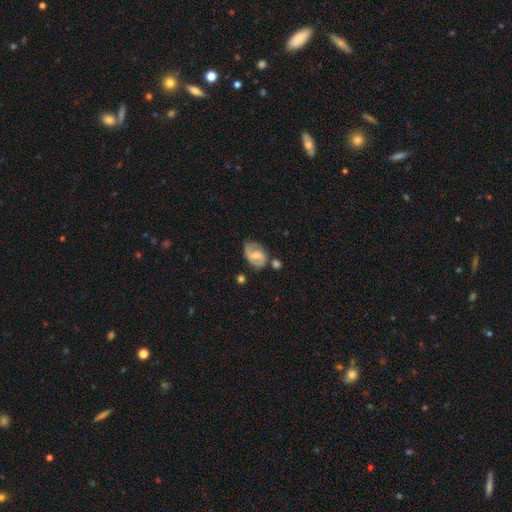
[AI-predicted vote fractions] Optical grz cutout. It shows a featured or disk galaxy (71%) with a weak bar (52%), 2 (79%) medium (47%) spiral arms (87%) and a moderate central bulge (45%, tied with small). Merging: none (57%).